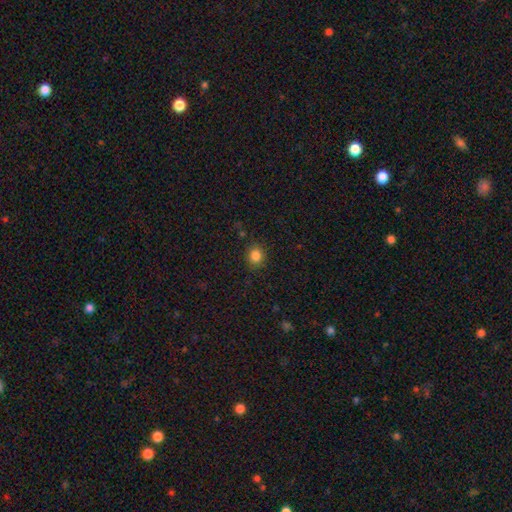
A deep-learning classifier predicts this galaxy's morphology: Smooth or featured? smooth (84%)
How rounded? round (74%)
Merging? none (87%)